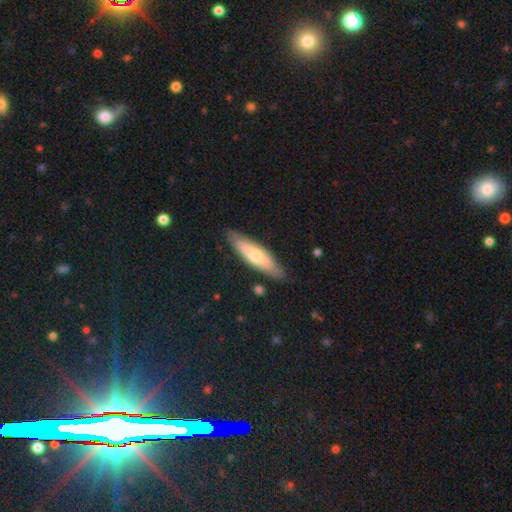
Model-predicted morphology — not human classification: Smooth or featured? Predicted: smooth (p=0.62). How rounded? Predicted: cigar-shaped (p=0.63). Merging? Predicted: none (p=0.81).